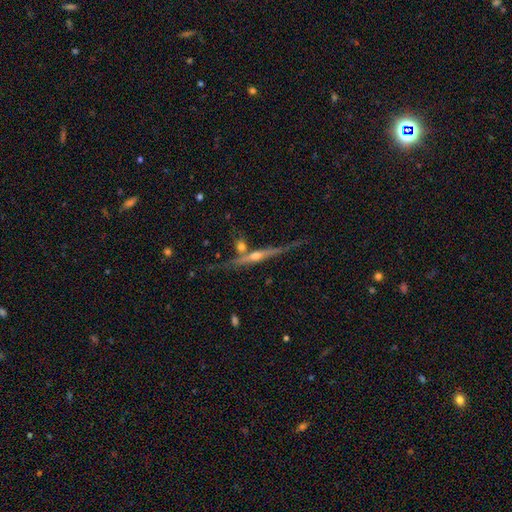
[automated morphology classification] The model was most divided on "merging": none: 71%, minor disturbance: 14%, merger: 11%, major disturbance: 4%. More confident: edge-on disk — yes (97%); edge-on bulge — rounded (86%); smooth or featured — featured or disk (82%).